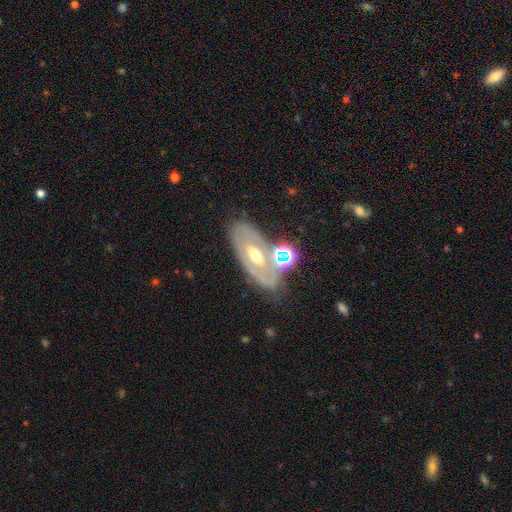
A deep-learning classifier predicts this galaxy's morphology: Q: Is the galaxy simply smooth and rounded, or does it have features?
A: featured or disk — 69%.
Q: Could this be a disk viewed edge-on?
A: no — 88%.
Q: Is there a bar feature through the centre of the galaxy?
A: no — 63%.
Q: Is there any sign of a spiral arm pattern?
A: no — 64%.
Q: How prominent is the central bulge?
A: moderate — 73%.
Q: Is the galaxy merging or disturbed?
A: none — 66%.